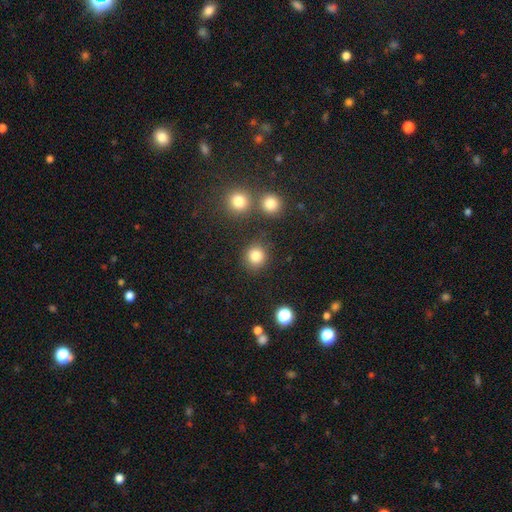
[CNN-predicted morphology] smooth_or_featured: smooth (p=0.83) [alt: star or artifact p=0.13]
how_rounded: round (p=0.88) [alt: in between p=0.11]
merging: none (p=0.84) [alt: minor disturbance p=0.08]